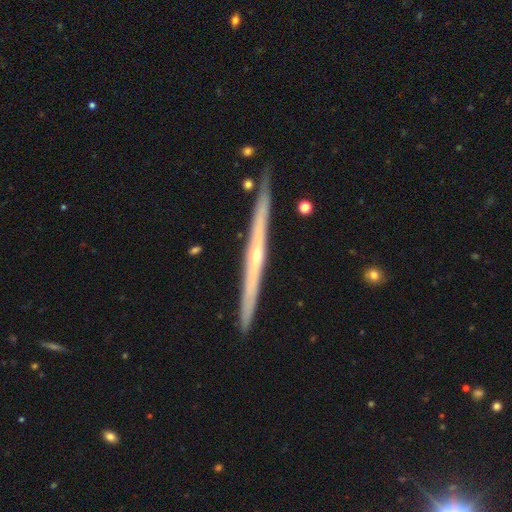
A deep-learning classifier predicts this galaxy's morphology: This is clearly a featured or disk galaxy (80%). It is clearly viewed edge-on (98%). Edge-on bulge: likely rounded (64%). Merging: clearly none (89%).